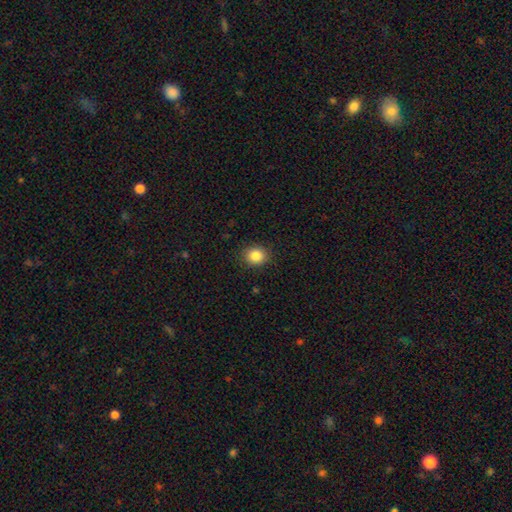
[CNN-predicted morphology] A smooth galaxy with no disk features (86%) that is round (77%).

Vote fractions:
- Smooth or featured? smooth: 86% / star or artifact: 10% / featured or disk: 5%
- How rounded? round: 77% / in between: 22% / cigar-shaped: 1%
- Merging? none: 89% / minor disturbance: 8% / major disturbance: 2% / merger: 1%